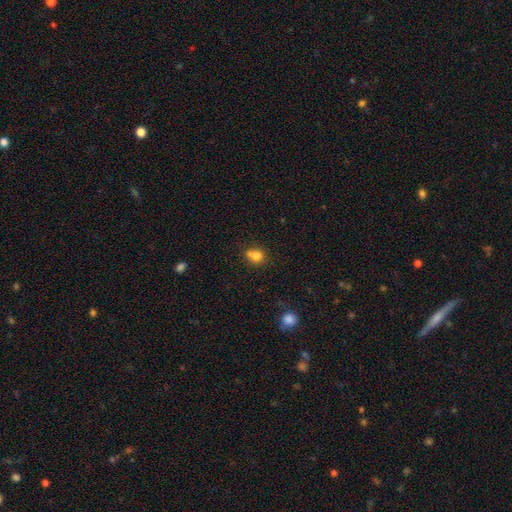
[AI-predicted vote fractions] smooth_or_featured: smooth (p=0.79) [alt: star or artifact p=0.11]
how_rounded: round (p=0.63) [alt: in between p=0.36]
merging: none (p=0.49) [alt: merger p=0.28]